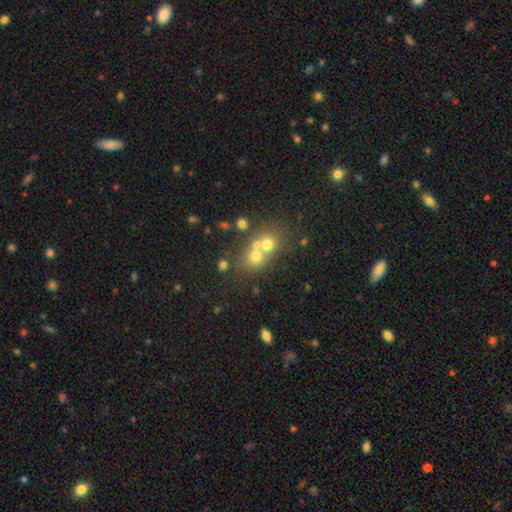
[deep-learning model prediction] This is likely a smooth galaxy (61%). How rounded: likely round (76%). Merging: possibly merger (53%).